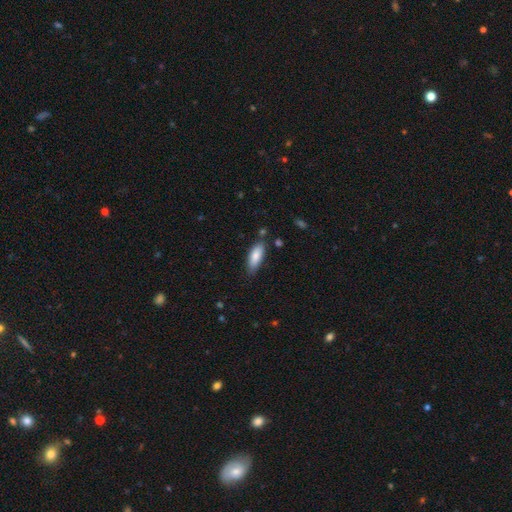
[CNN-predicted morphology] Smooth or featured: smooth — 84% (featured or disk — 10%)
How rounded: in between — 66% (cigar-shaped — 33%)
Merging: none — 73% (minor disturbance — 19%)